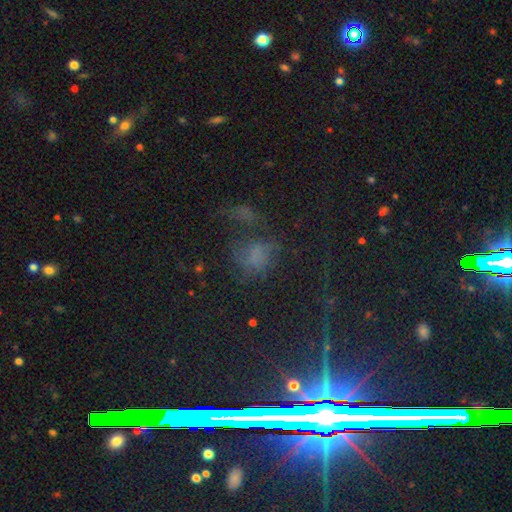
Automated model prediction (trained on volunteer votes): smooth-or-featured: star or artifact: 40% | smooth: 38% | featured or disk: 23%